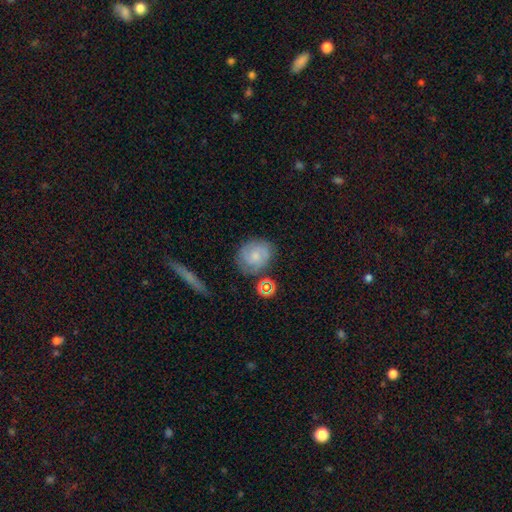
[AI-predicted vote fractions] The model was most divided on "smooth or featured": featured or disk: 50%, smooth: 40%, star or artifact: 9%. More confident: edge-on disk — no (97%); merging — none (72%).